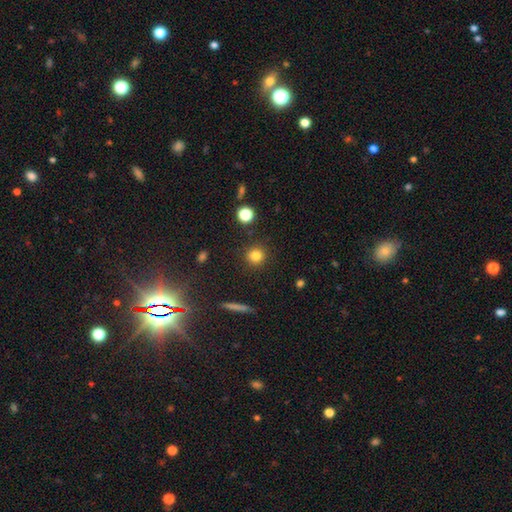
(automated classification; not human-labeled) A smooth galaxy with no disk features (81%) that is round (92%). Merging: none (89%).